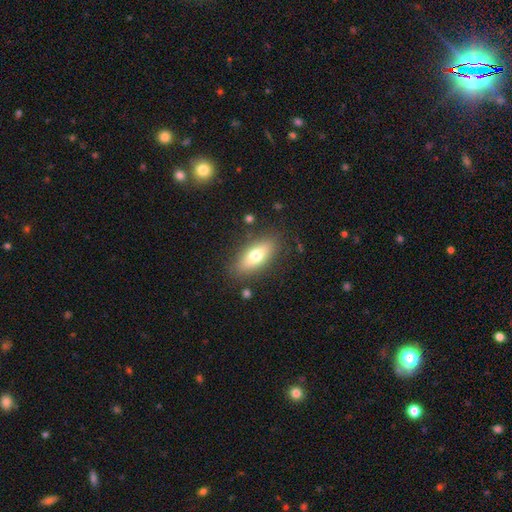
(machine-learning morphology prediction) This appears to be a smooth galaxy with no disk features (70%) that is in between round and cigar-shaped (76%). Merging: none (83%).